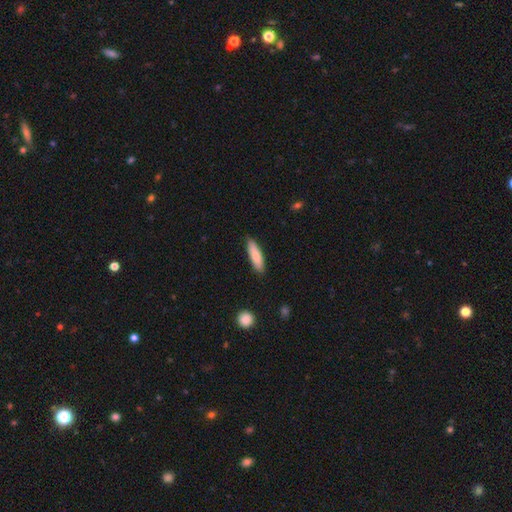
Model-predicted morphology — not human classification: type=smooth (80%); roundness=cigar-shaped (66%); merging=none (87%).